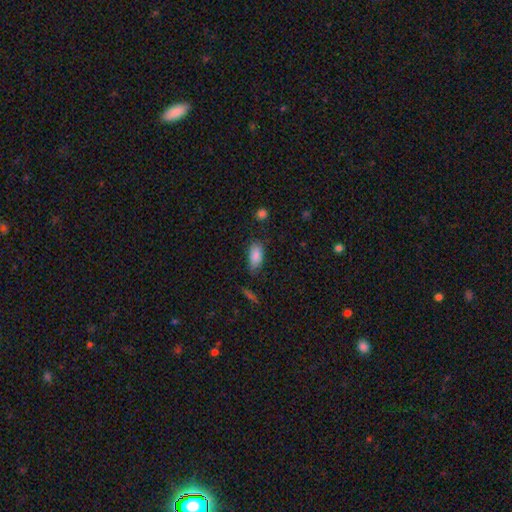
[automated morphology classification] Smooth or featured? Predicted: smooth (p=0.86). How rounded? Predicted: in between (p=0.90). Merging? Predicted: none (p=0.75).